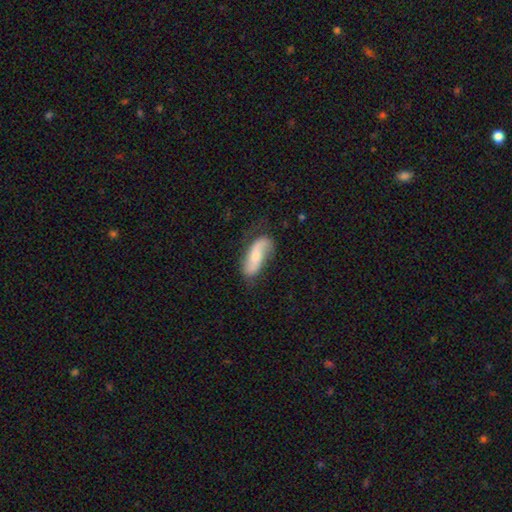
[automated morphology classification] This is possibly a featured or disk galaxy (55%). It is clearly not viewed edge-on (88%). Merging: likely none (65%).